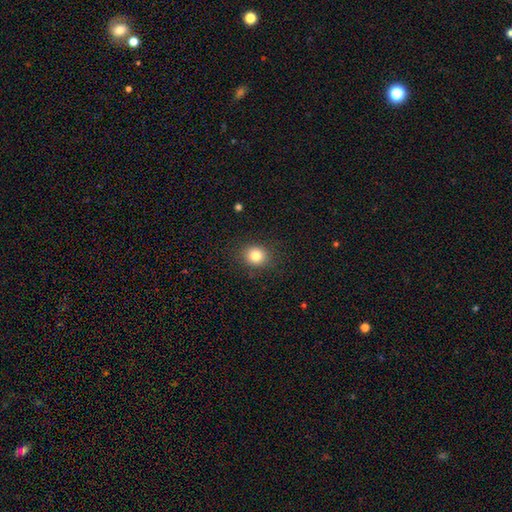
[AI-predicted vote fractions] A smooth galaxy with no disk features (82%) that is round (78%).

Vote fractions:
- Smooth or featured? smooth: 82% / star or artifact: 11% / featured or disk: 6%
- How rounded? round: 78% / in between: 21% / cigar-shaped: 1%
- Merging? none: 88% / minor disturbance: 9% / major disturbance: 3% / merger: 1%